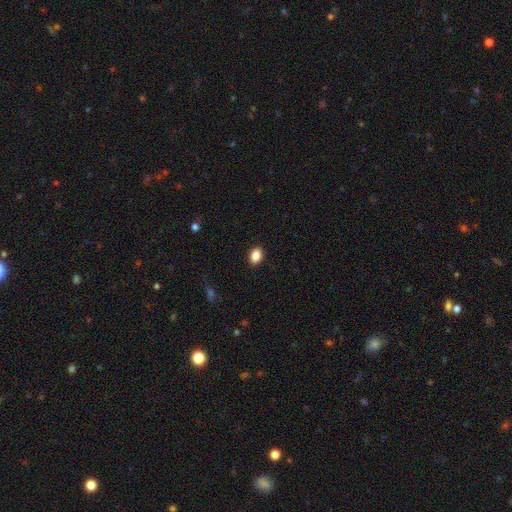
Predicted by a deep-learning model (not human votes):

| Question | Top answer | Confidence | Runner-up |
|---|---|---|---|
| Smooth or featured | smooth | 88% | star or artifact (9%) |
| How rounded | in between | 78% | round (21%) |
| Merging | none | 90% | minor disturbance (7%) |